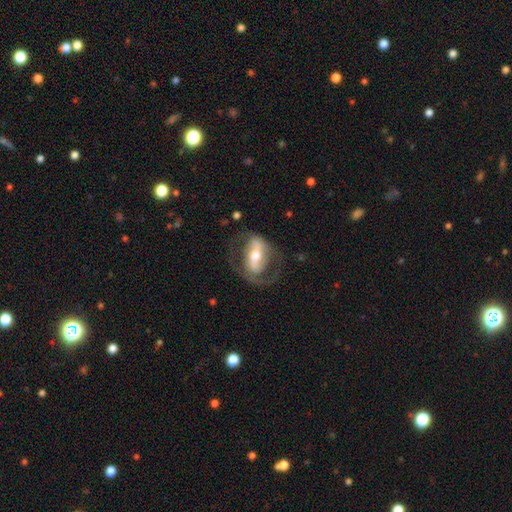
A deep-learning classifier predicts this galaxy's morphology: Smooth or featured: featured or disk — 74% (smooth — 21%)
Edge-on disk: no — 93% (yes — 7%)
Bar: strong — 54% (weak — 28%)
Spiral arms: yes — 75% (no — 25%)
Spiral winding: medium — 48% (loose — 30%)
Spiral arm count: 2 — 78% (1 — 9%)
Bulge size: moderate — 67% (small — 22%)
Merging: none — 60% (major disturbance — 20%)